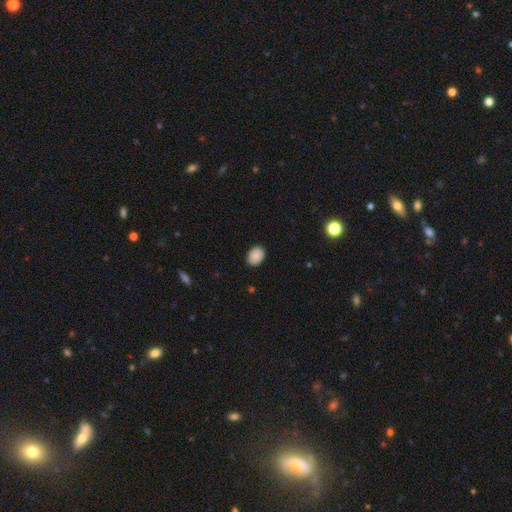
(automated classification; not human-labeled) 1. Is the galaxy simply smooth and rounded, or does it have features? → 90% smooth, 8% star or artifact, 3% featured or disk.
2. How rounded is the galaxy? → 72% in between, 27% round, 1% cigar-shaped.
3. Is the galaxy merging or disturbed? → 88% none, 9% minor disturbance, 2% major disturbance, 1% merger.